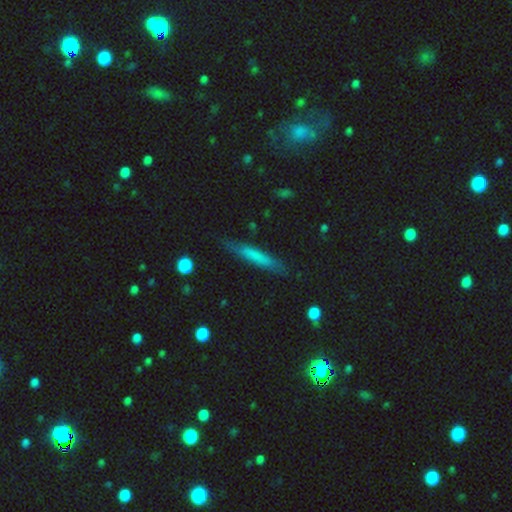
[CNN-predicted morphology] Smooth or featured: smooth — 64% (featured or disk — 29%)
How rounded: cigar-shaped — 92% (in between — 6%)
Merging: none — 81% (minor disturbance — 14%)